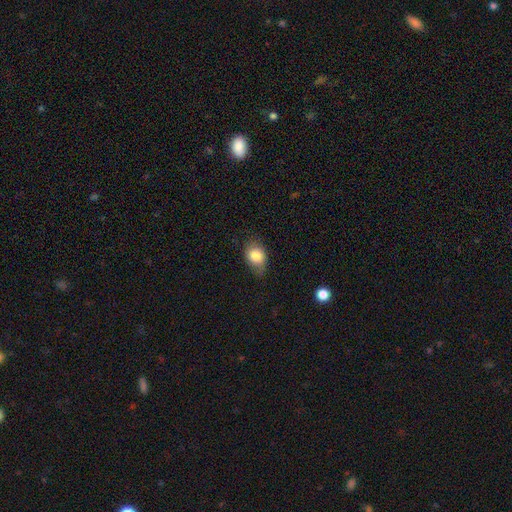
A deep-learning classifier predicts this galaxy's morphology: A smooth galaxy with no disk features (82%) that is in between round and cigar-shaped (67%). Merging: none (68%).